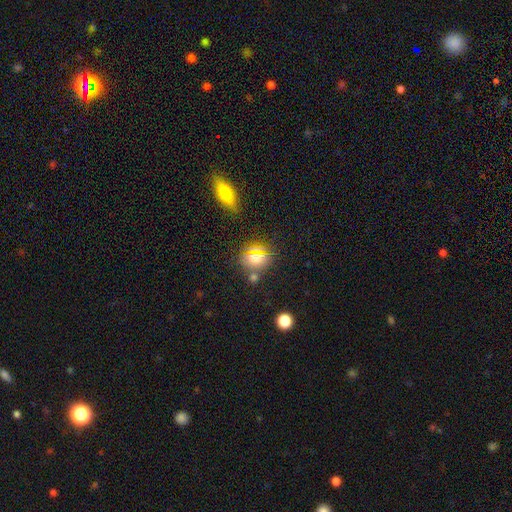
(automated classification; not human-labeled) This appears to be a smooth galaxy with no disk features (60%) that is round (63%). Merging: none (75%).